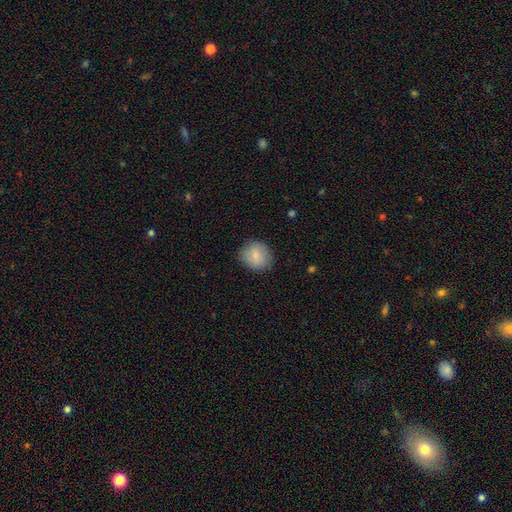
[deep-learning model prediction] smooth 82%, featured or disk 10%, star or artifact 8%. Down the decision tree: how rounded — round (76%); merging — none (83%).